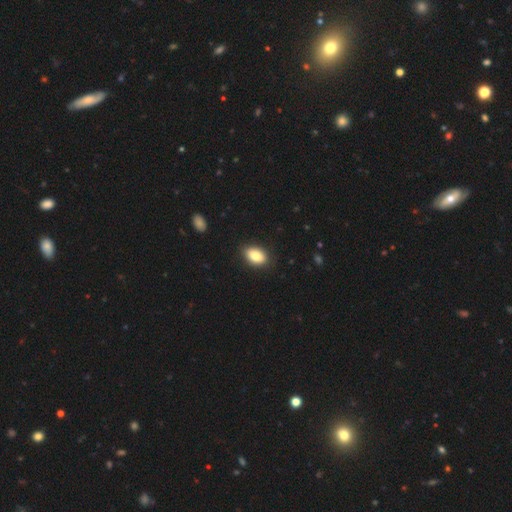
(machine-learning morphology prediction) A smooth galaxy with no disk features (84%) that is in between round and cigar-shaped (88%). Merging: none (86%).